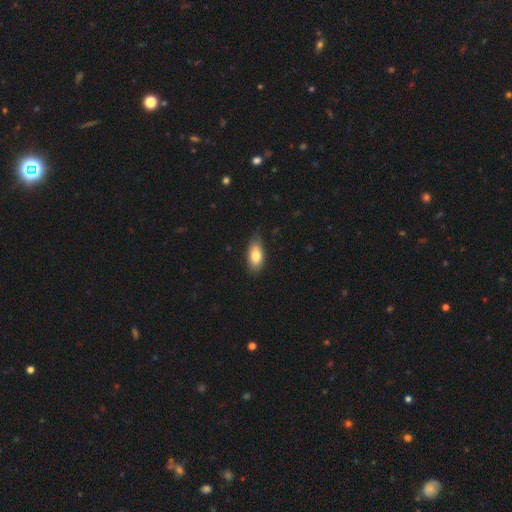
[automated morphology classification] Overall: smooth (80%). How rounded: in between (89%). Merging: none (78%).